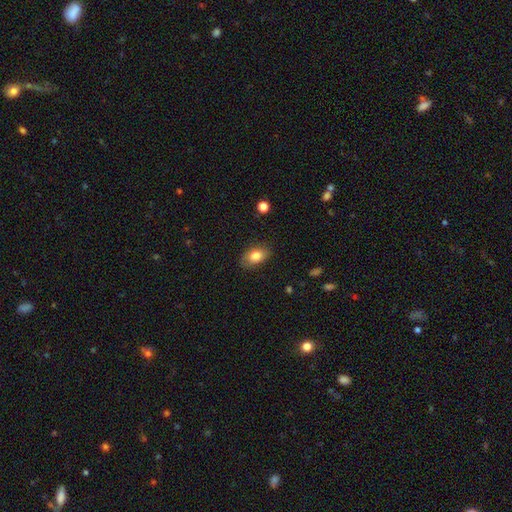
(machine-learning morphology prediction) This is clearly a smooth galaxy (81%). How rounded: clearly in between (87%). Merging: clearly none (83%).